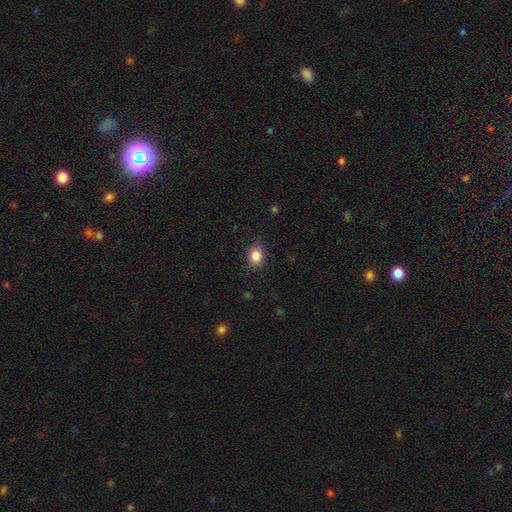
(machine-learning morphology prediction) smooth 86%, star or artifact 10%, featured or disk 5%. Down the decision tree: how rounded — in between (57%); merging — none (86%).